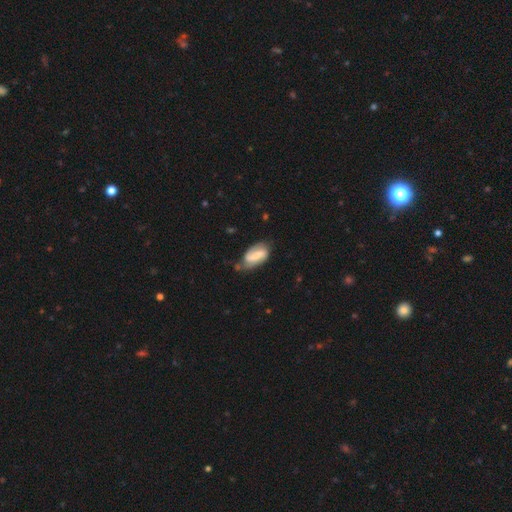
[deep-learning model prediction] smooth-or-featured: featured or disk: 58% | smooth: 35% | star or artifact: 7%
  disk-edge-on: no: 94% | yes: 6%
    bar: strong: 52% | weak: 32% | no: 16%
    has-spiral-arms: yes: 85% | no: 15%
    bulge-size: none: 37% | small: 30% | moderate: 21% | large: 10% | dominant: 3%
  merging: none: 53% | minor disturbance: 32% | major disturbance: 11% | merger: 4%